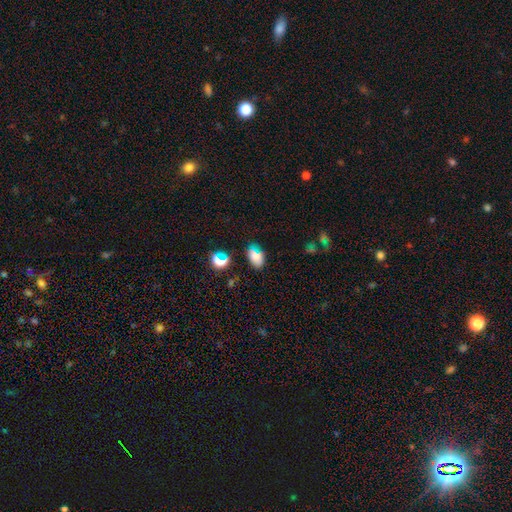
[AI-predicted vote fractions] Smooth or featured? smooth (72%)
How rounded? in between (85%)
Merging? none (69%)